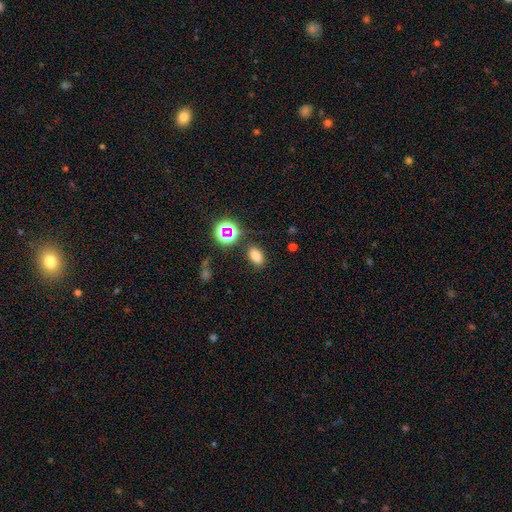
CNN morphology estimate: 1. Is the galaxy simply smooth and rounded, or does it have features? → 74% smooth, 20% star or artifact, 6% featured or disk.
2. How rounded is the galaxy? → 85% in between, 12% round, 2% cigar-shaped.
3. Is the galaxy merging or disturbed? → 83% none, 10% minor disturbance, 4% major disturbance, 3% merger.